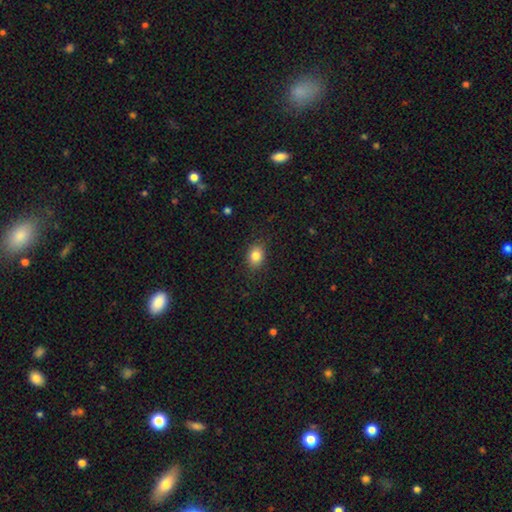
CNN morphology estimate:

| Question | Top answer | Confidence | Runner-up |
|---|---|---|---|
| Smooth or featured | smooth | 83% | star or artifact (10%) |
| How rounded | in between | 60% | round (38%) |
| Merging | none | 85% | minor disturbance (11%) |